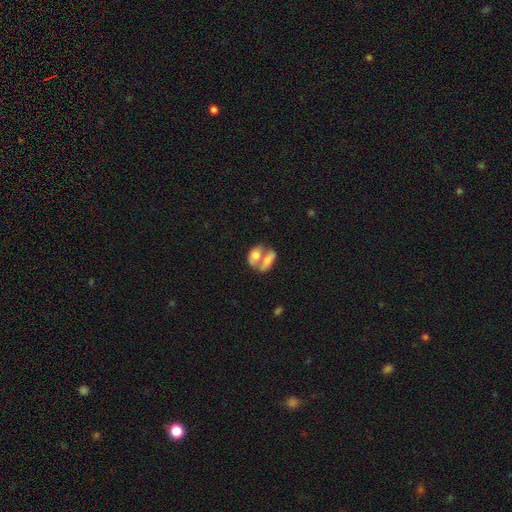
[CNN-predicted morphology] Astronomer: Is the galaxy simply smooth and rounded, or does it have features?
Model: smooth — 70%.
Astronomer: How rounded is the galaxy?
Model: in between — 87%.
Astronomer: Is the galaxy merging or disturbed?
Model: merger — 70%.